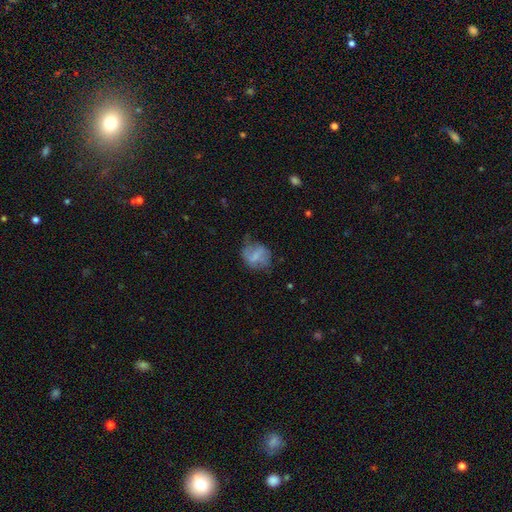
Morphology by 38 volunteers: Smooth or featured? smooth (58%)
How rounded? round (55%)
Merging? none (54%)